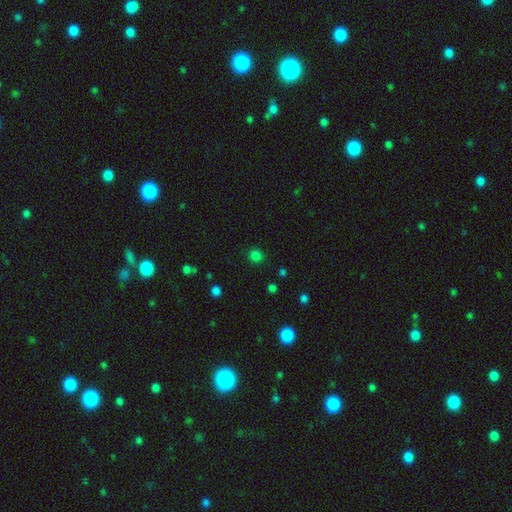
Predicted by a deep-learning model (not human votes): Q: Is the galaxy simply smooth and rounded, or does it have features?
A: smooth — 78%.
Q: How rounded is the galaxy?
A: round — 87%.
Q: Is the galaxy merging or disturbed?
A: none — 88%.